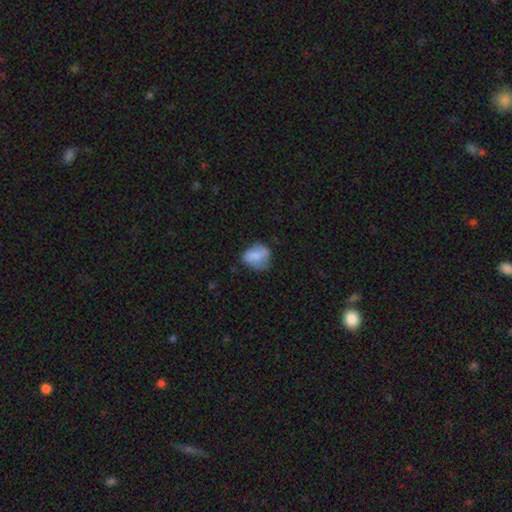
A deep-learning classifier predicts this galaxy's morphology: A smooth galaxy with no disk features (69%) that is in between round and cigar-shaped (53%). Merging: none (56%).